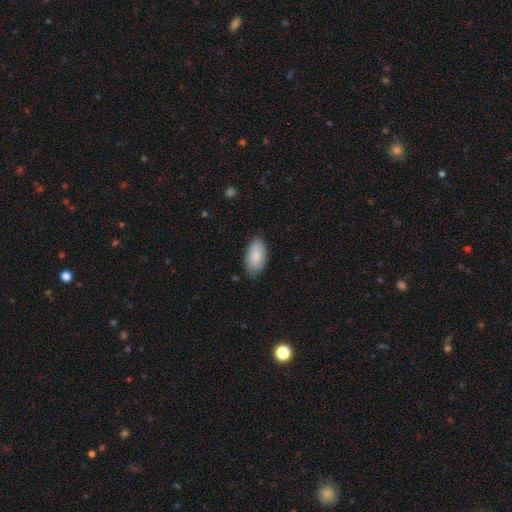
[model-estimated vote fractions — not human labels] Smooth or featured: smooth — 86% (featured or disk — 9%)
How rounded: in between — 94% (cigar-shaped — 3%)
Merging: none — 81% (minor disturbance — 15%)